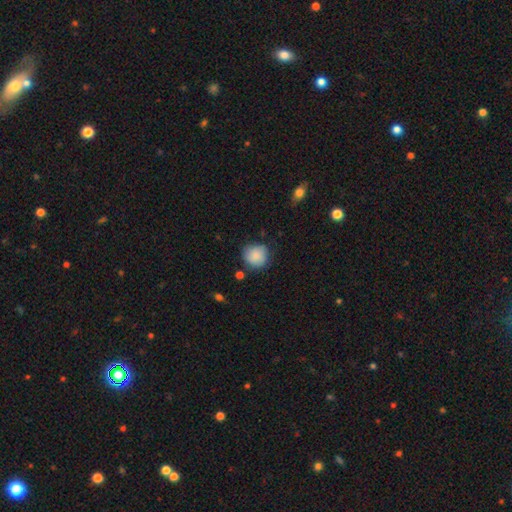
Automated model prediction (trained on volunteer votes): smooth-or-featured: smooth: 85% | featured or disk: 8% | star or artifact: 7%
  how-rounded: round: 89% | in between: 10% | cigar-shaped: 1%
  merging: none: 72% | minor disturbance: 21% | major disturbance: 4% | merger: 3%